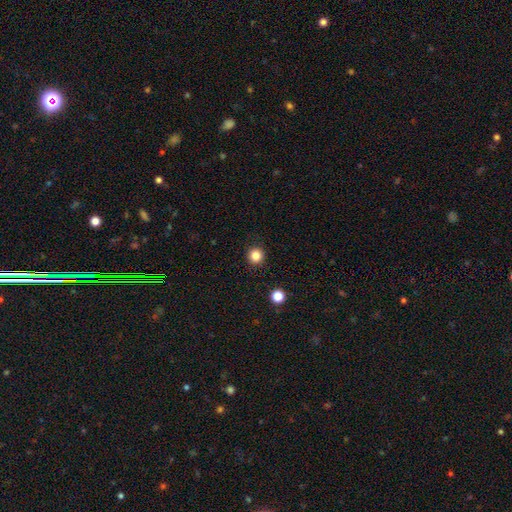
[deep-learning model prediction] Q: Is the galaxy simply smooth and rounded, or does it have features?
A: smooth — 83%.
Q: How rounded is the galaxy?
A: round — 95%.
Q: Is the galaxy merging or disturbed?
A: none — 92%.